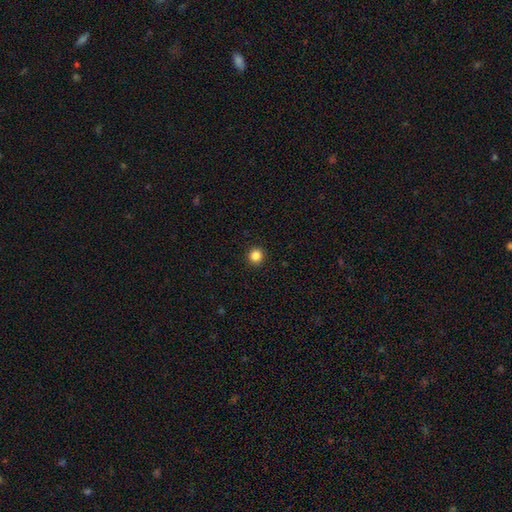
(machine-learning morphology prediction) This appears to be a smooth galaxy with no disk features (85%) that is round (95%). Merging: none (93%).